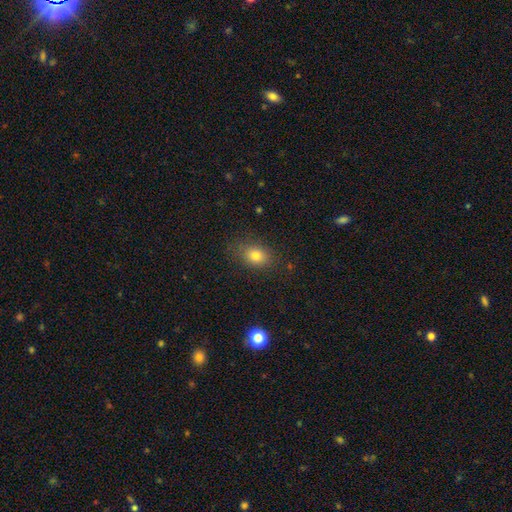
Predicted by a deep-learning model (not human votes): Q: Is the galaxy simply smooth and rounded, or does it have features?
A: smooth — 79%.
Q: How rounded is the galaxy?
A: in between — 64%.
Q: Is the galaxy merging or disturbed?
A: none — 79%.